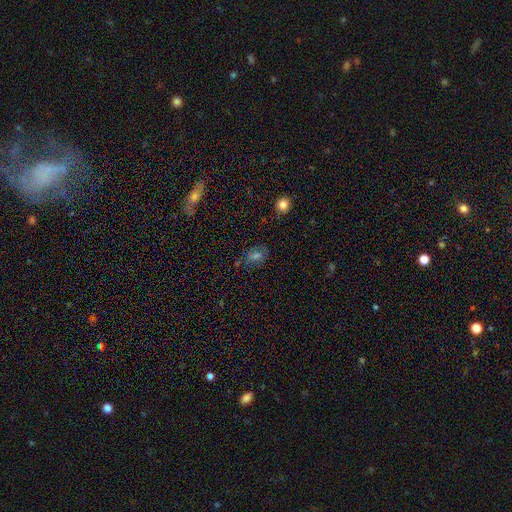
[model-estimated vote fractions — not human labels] A smooth galaxy with no disk features (47%). Merging: none (72%).